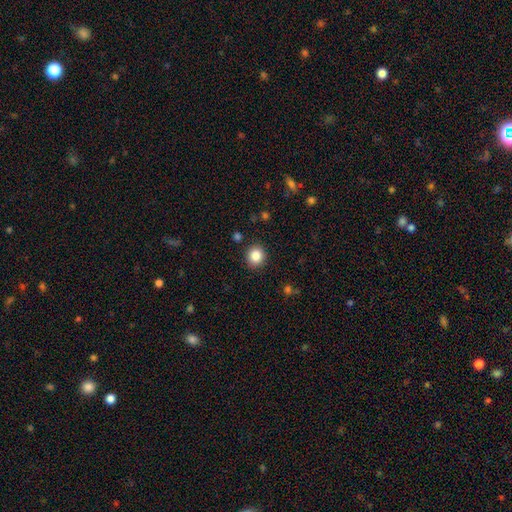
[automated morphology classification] This is clearly a smooth galaxy (85%). How rounded: clearly round (85%). Merging: clearly none (90%).